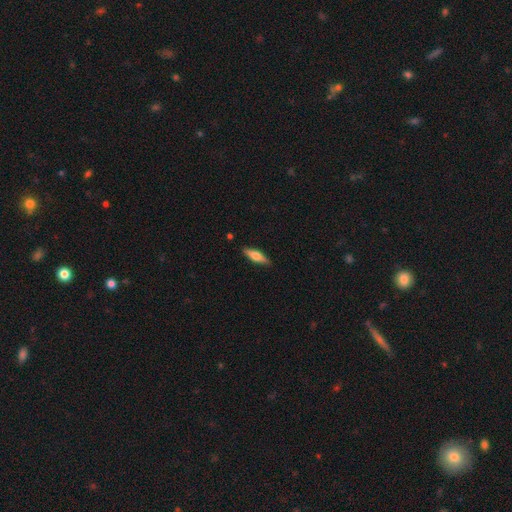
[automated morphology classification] Smooth or featured: smooth — 57% (featured or disk — 37%)
How rounded: cigar-shaped — 58% (in between — 40%)
Merging: none — 88% (minor disturbance — 9%)